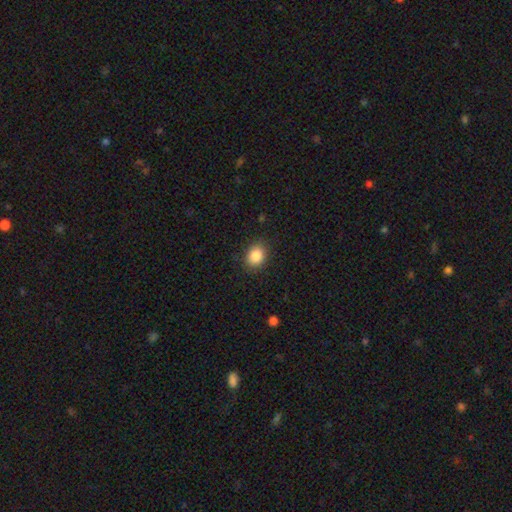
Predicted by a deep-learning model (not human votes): smooth 86%, star or artifact 9%, featured or disk 5%. Down the decision tree: how rounded — in between (55%); merging — none (87%).